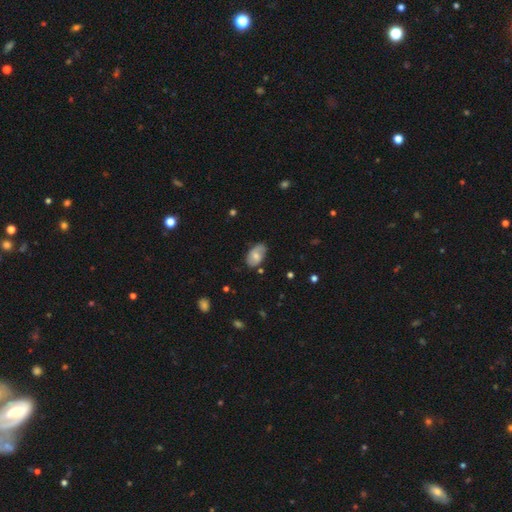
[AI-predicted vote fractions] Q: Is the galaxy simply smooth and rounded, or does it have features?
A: smooth — 61%.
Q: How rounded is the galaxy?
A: in between — 92%.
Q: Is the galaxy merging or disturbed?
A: none — 67%.